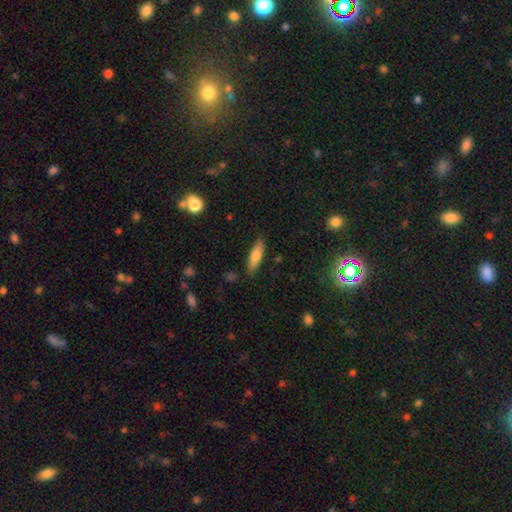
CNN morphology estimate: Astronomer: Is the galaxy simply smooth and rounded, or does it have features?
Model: smooth — 76%.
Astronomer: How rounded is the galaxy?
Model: cigar-shaped — 56% (runner-up: in between, 42%).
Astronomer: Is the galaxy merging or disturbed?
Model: none — 85%.